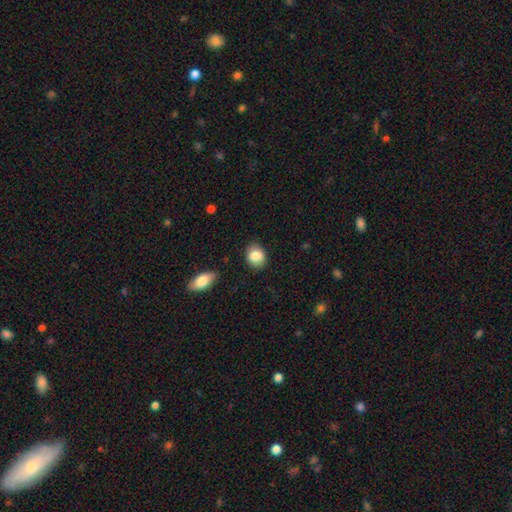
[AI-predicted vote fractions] Smooth or featured?
  - smooth: 85% *
  - star or artifact: 8%
  - featured or disk: 8%
How rounded?
  - in between: 51% *
  - round: 48%
  - cigar-shaped: 1%
Merging?
  - none: 84% *
  - minor disturbance: 12%
  - major disturbance: 2%
  - merger: 2%